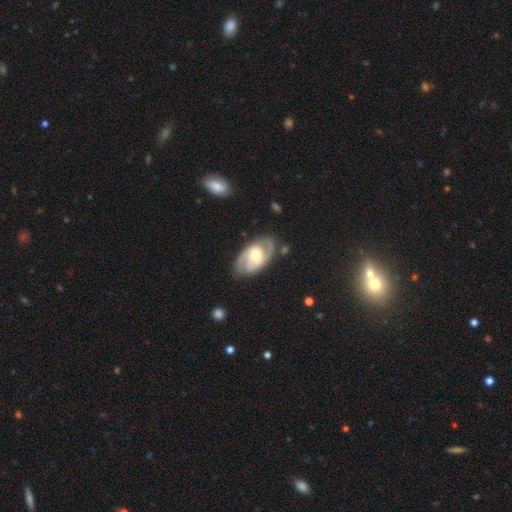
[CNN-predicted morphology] Smooth or featured? featured or disk (78%)
Edge-on disk? no (95%)
Bar? no (46%)
Spiral arms? yes (89%)
Spiral winding? medium (46%)
Spiral arm count? 2 (83%)
Bulge size? moderate (69%)
Merging? none (78%)